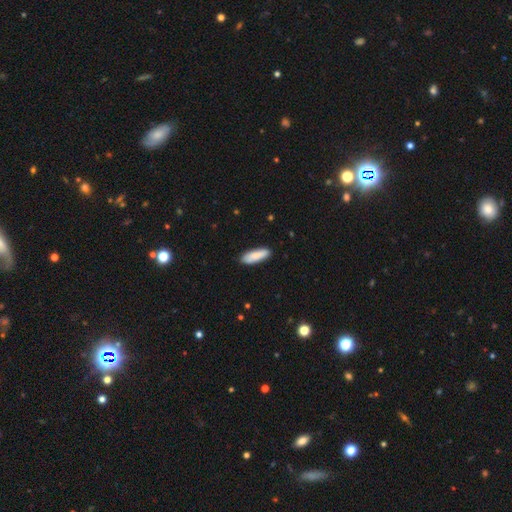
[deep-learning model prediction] smooth-or-featured: smooth: 86% | featured or disk: 8% | star or artifact: 5%
  how-rounded: cigar-shaped: 50% | in between: 48% | round: 2%
  merging: none: 88% | minor disturbance: 9% | major disturbance: 2% | merger: 1%